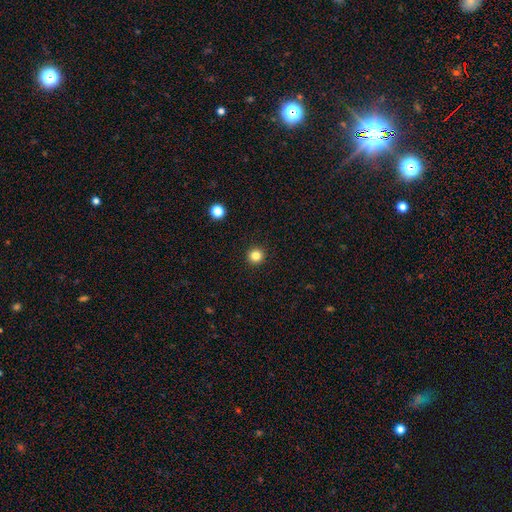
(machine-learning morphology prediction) Smooth or featured? Predicted: smooth (p=0.83). How rounded? Predicted: round (p=0.96). Merging? Predicted: none (p=0.94).